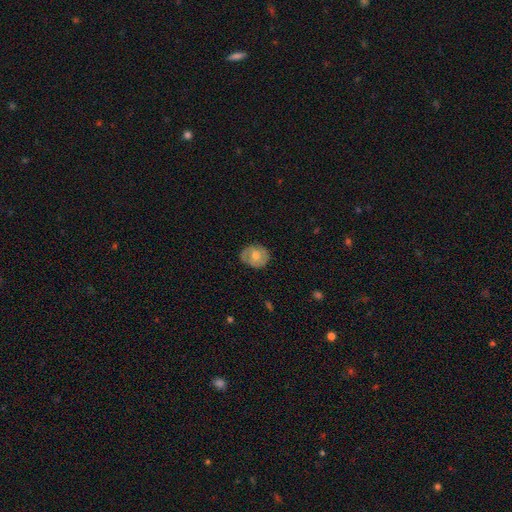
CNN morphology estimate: This appears to be a smooth galaxy with no disk features (54%) that is round (61%). Merging: none (76%).